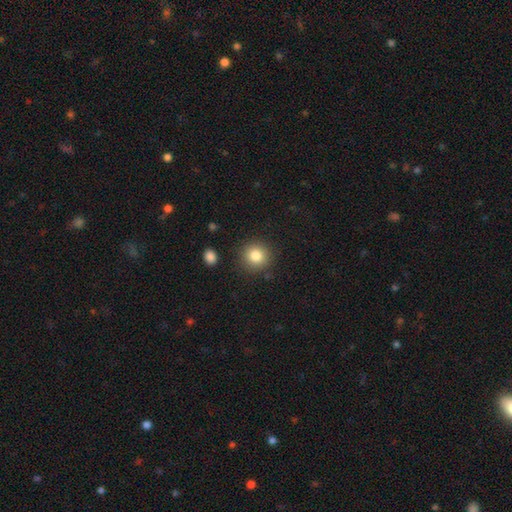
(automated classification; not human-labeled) Morphology: type=smooth (84%); roundness=round (92%); merging=none (88%).